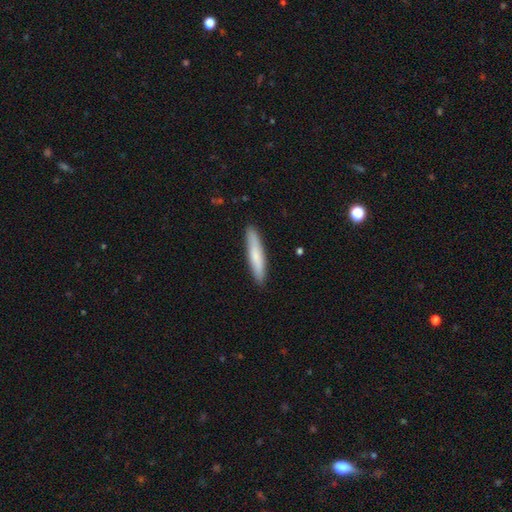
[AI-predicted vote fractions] Morphology: type=smooth (73%); roundness=cigar-shaped (91%); merging=none (90%).